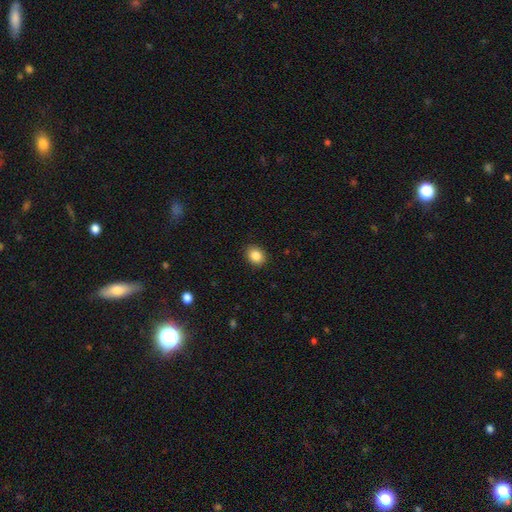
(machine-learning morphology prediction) type=smooth (86%); roundness=round (55%); merging=none (90%).